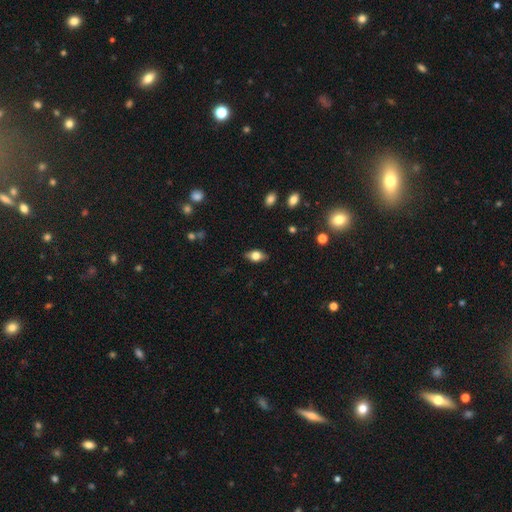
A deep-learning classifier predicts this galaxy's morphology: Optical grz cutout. It shows a smooth galaxy with no disk features (66%) that is in between round and cigar-shaped (84%). Merging: none (85%).